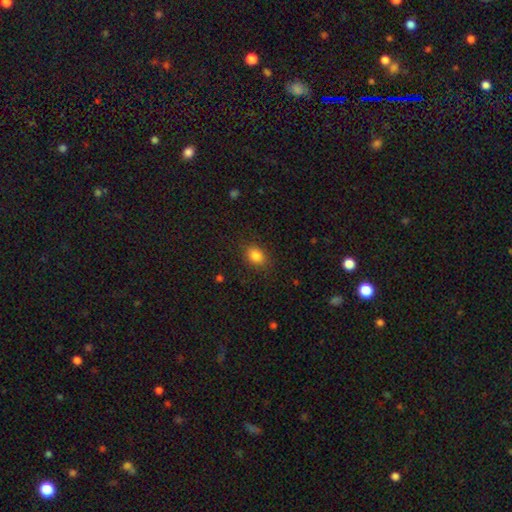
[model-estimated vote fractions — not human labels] Smooth or featured? Predicted: smooth (p=0.84). How rounded? Predicted: in between (p=0.67). Merging? Predicted: none (p=0.85).